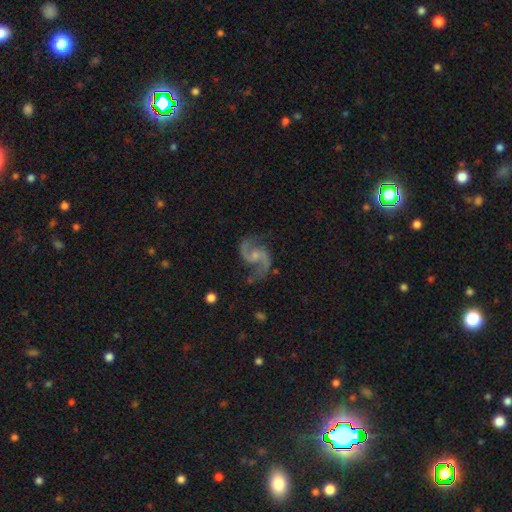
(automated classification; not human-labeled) Smooth or featured? featured or disk (92%)
Edge-on disk? no (98%)
Bar? no (53%)
Spiral arms? yes (98%)
Spiral winding? medium (49%)
Spiral arm count? 2 (94%)
Bulge size? small (53%)
Merging? none (76%)